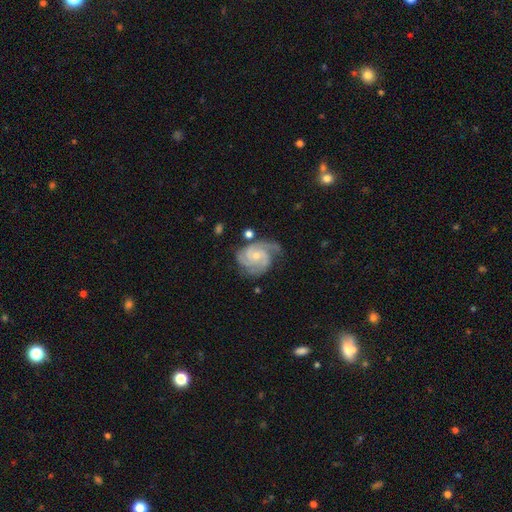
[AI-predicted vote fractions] smooth-or-featured: featured or disk: 90% | smooth: 6% | star or artifact: 5%
  disk-edge-on: no: 98% | yes: 2%
    bar: no: 68% | weak: 27% | strong: 5%
    has-spiral-arms: yes: 98% | no: 2%
      spiral-winding: tight: 55% | medium: 38% | loose: 6%
      spiral-arm-count: 3: 58% | 2: 14% | 4: 13% | can't tell: 8% | 1: 4% | more than 4: 4%
    bulge-size: small: 62% | moderate: 34% | none: 2% | large: 1% | dominant: 1%
  merging: none: 65% | minor disturbance: 23% | major disturbance: 9% | merger: 3%